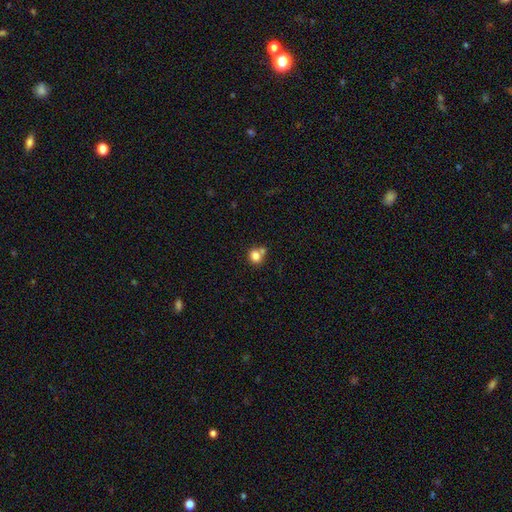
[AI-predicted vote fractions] Q: Smooth or featured?
A: smooth (81%); runner-up: star or artifact (11%)
Q: How rounded?
A: round (79%); runner-up: in between (20%)
Q: Merging?
A: none (54%); runner-up: merger (32%)